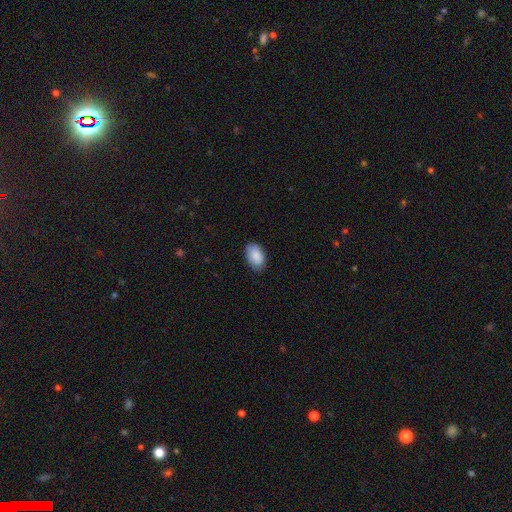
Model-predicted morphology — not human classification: Smooth or featured?
  - smooth: 89% *
  - star or artifact: 6%
  - featured or disk: 4%
How rounded?
  - in between: 93% *
  - round: 6%
  - cigar-shaped: 1%
Merging?
  - none: 82% *
  - minor disturbance: 15%
  - major disturbance: 2%
  - merger: 1%